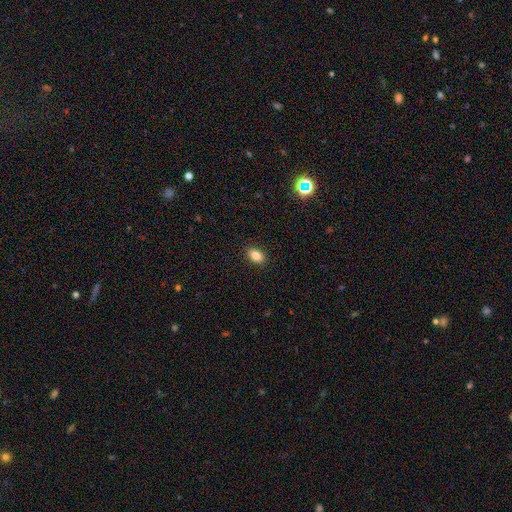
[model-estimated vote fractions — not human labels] smooth_or_featured: smooth (p=0.84) [alt: star or artifact p=0.10]
how_rounded: in between (p=0.85) [alt: round p=0.14]
merging: none (p=0.90) [alt: minor disturbance p=0.07]